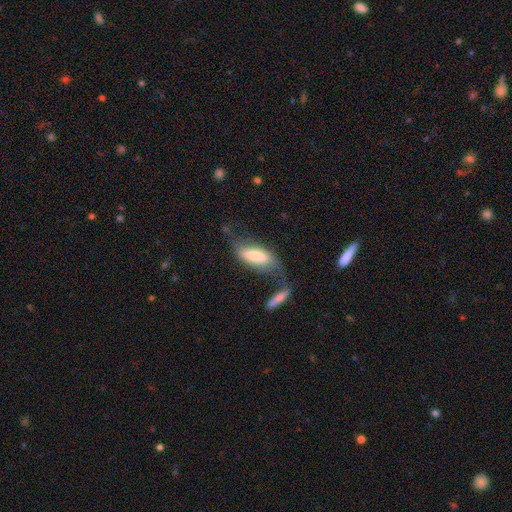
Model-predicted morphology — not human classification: Q: Smooth or featured?
A: smooth (68%); runner-up: featured or disk (26%)
Q: How rounded?
A: in between (68%); runner-up: cigar-shaped (30%)
Q: Merging?
A: none (33%); runner-up: merger (23%)